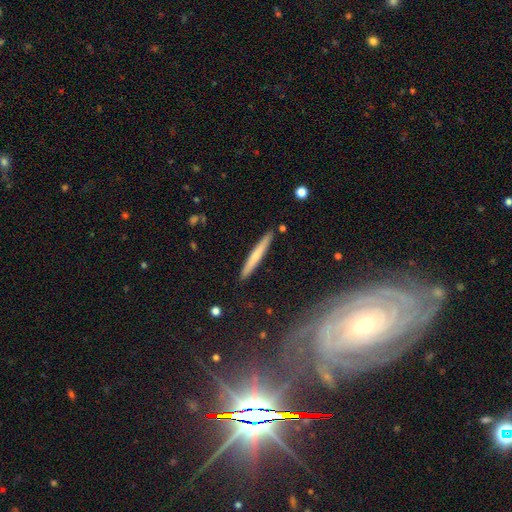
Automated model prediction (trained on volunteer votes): Smooth or featured? Predicted: smooth (p=0.59). How rounded? Predicted: cigar-shaped (p=0.96). Merging? Predicted: none (p=0.90).